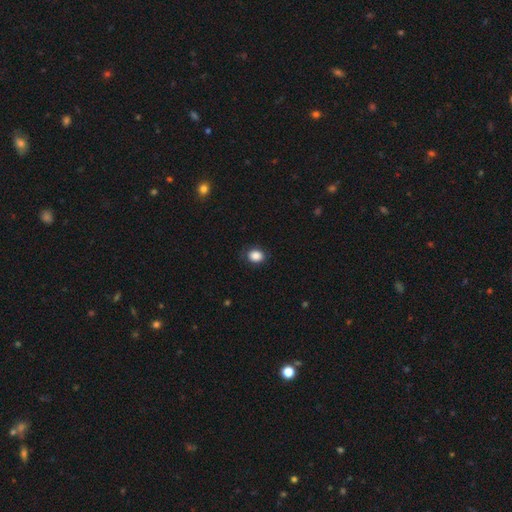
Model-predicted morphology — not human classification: smooth_or_featured: smooth (p=0.87) [alt: star or artifact p=0.09]
how_rounded: in between (p=0.52) [alt: round p=0.47]
merging: none (p=0.82) [alt: minor disturbance p=0.13]